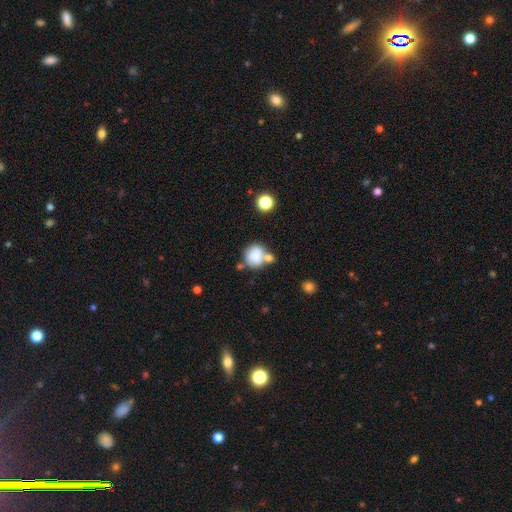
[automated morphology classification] smooth 81%, star or artifact 10%, featured or disk 9%. Down the decision tree: how rounded — round (73%); merging — none (49%).